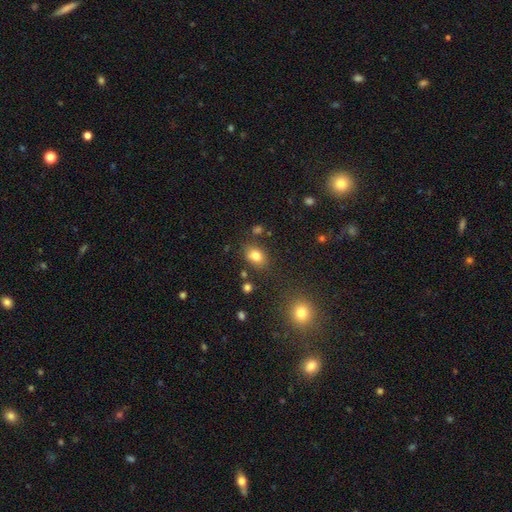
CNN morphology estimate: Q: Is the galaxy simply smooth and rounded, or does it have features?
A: smooth — 80%.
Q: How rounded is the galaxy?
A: in between — 73%.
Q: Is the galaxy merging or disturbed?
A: none — 77%.